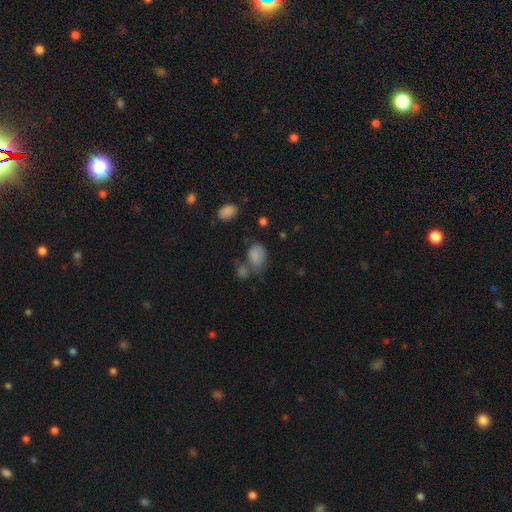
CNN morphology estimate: type=smooth (80%); roundness=in between (75%); merging=none (37%).